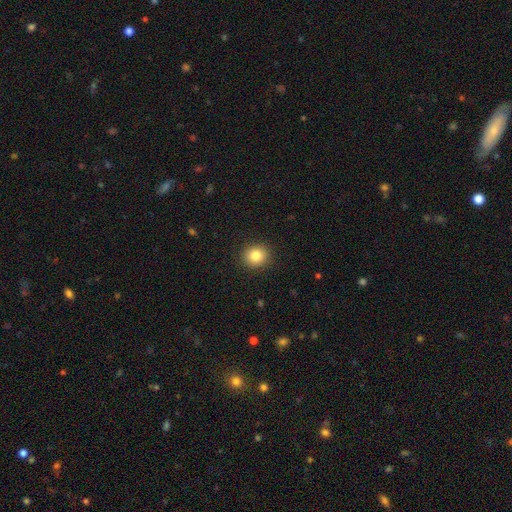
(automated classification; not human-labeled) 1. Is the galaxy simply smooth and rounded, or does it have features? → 84% smooth, 10% star or artifact, 6% featured or disk.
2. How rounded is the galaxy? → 81% round, 18% in between, 1% cigar-shaped.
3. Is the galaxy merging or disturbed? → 91% none, 6% minor disturbance, 2% major disturbance, 1% merger.